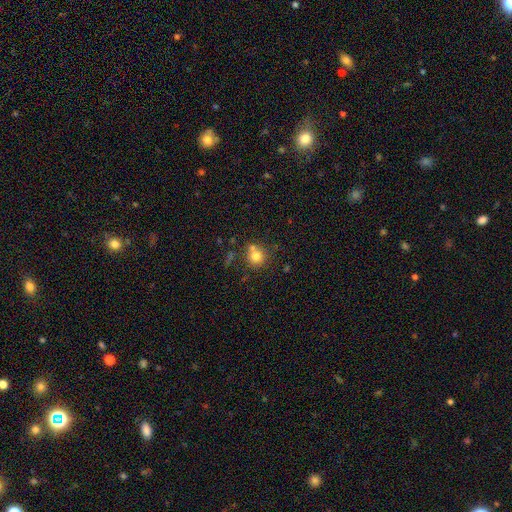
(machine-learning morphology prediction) Smooth or featured? smooth (78%)
How rounded? round (88%)
Merging? none (62%)